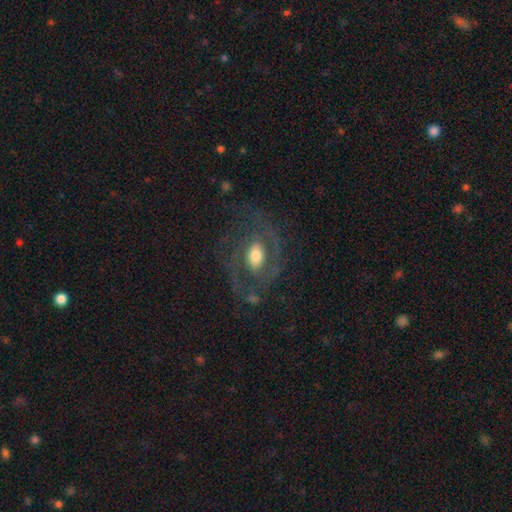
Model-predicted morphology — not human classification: This is likely a featured or disk galaxy (72%). It is clearly not viewed edge-on (95%). Bar: possibly no (54%). Spiral arm pattern: likely yes (73%). Spiral arm count: possibly 2 (48%). Spiral winding: marginally medium (42%). Central bulge: possibly moderate (59%). Merging: possibly none (57%).